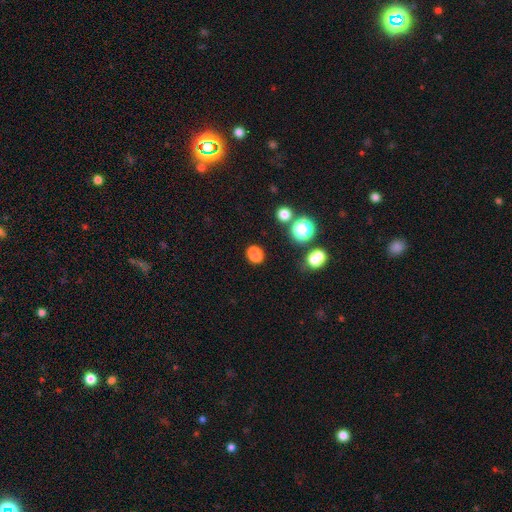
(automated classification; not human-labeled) A smooth galaxy with no disk features (77%) that is in between round and cigar-shaped (58%).

Vote fractions:
- Smooth or featured? smooth: 77% / star or artifact: 16% / featured or disk: 7%
- How rounded? in between: 58% / round: 41% / cigar-shaped: 1%
- Merging? none: 68% / merger: 15% / minor disturbance: 13% / major disturbance: 5%